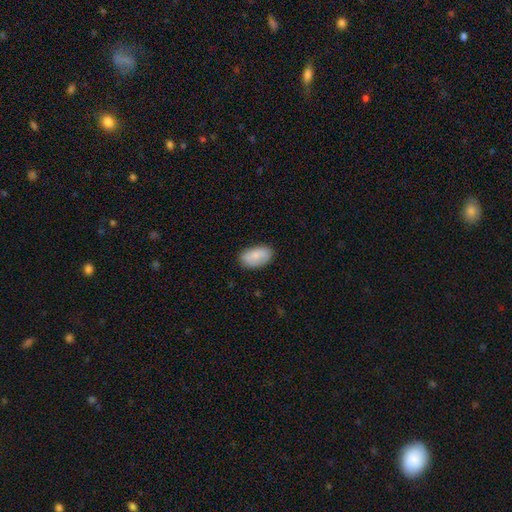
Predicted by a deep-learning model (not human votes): smooth 83%, featured or disk 11%, star or artifact 6%. Down the decision tree: how rounded — in between (94%); merging — none (81%).